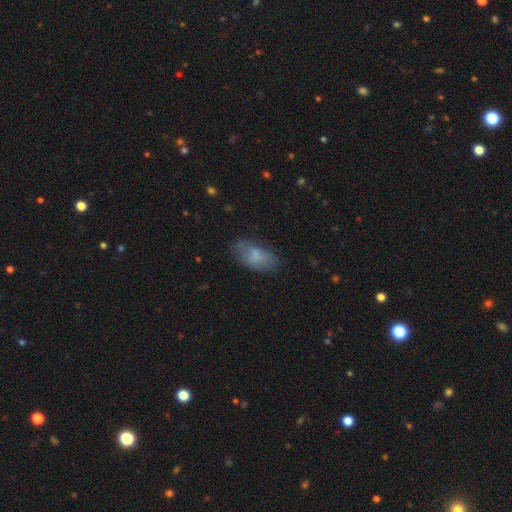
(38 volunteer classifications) Overall: smooth (79%). How rounded: in between (97%). Merging: none (65%; minor disturbance 30%).